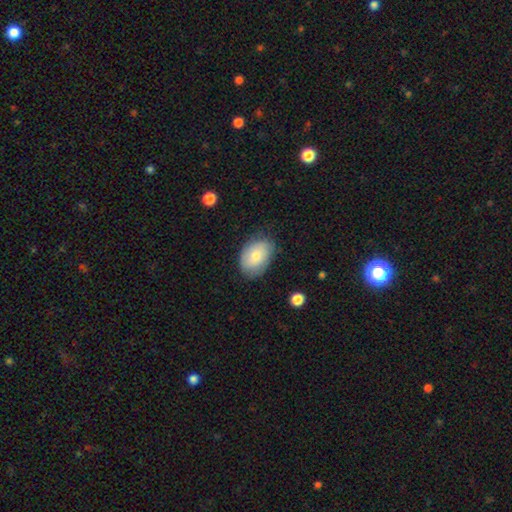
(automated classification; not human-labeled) A smooth galaxy with no disk features (73%) that is in between round and cigar-shaped (84%).

Vote fractions:
- Smooth or featured? smooth: 73% / featured or disk: 20% / star or artifact: 6%
- How rounded? in between: 84% / round: 15% / cigar-shaped: 1%
- Merging? none: 72% / minor disturbance: 21% / major disturbance: 5% / merger: 1%